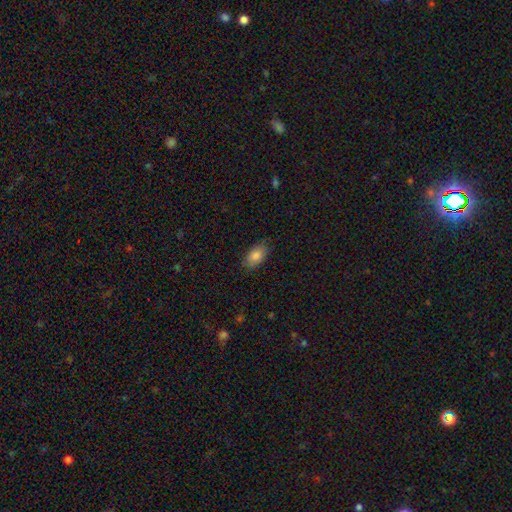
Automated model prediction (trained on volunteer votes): smooth_or_featured: smooth (p=0.83) [alt: featured or disk p=0.10]
how_rounded: in between (p=0.92) [alt: round p=0.05]
merging: none (p=0.84) [alt: minor disturbance p=0.13]